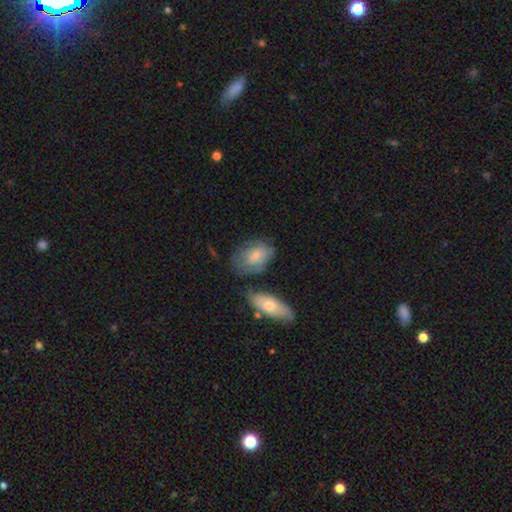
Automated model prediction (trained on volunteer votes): smooth_or_featured: smooth (p=0.63) [alt: featured or disk p=0.30]
how_rounded: in between (p=0.84) [alt: round p=0.14]
merging: none (p=0.57) [alt: minor disturbance p=0.24]